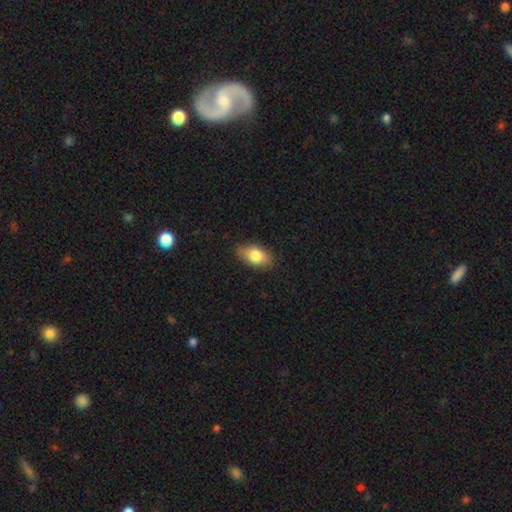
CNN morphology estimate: A smooth galaxy with no disk features (81%) that is in between round and cigar-shaped (89%).

Vote fractions:
- Smooth or featured? smooth: 81% / featured or disk: 12% / star or artifact: 7%
- How rounded? in between: 89% / round: 8% / cigar-shaped: 3%
- Merging? none: 82% / minor disturbance: 14% / major disturbance: 3% / merger: 1%